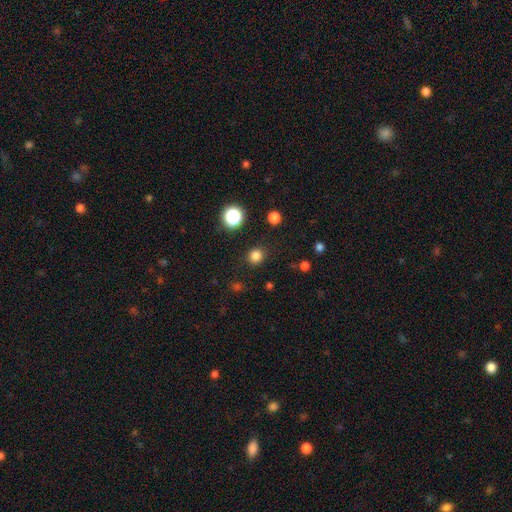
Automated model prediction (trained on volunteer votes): Smooth or featured: smooth — 82% (star or artifact — 15%)
How rounded: round — 87% (in between — 13%)
Merging: none — 89% (minor disturbance — 7%)